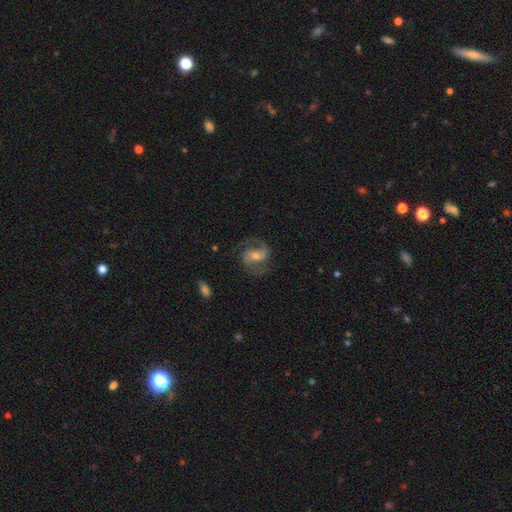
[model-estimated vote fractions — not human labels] Smooth or featured: featured or disk — 86% (smooth — 8%)
Edge-on disk: no — 97% (yes — 3%)
Bar: weak — 44% (no — 33%)
Spiral arms: yes — 96% (no — 4%)
Spiral winding: medium — 57% (loose — 27%)
Spiral arm count: 2 — 89% (1 — 5%)
Bulge size: moderate — 56% (small — 38%)
Merging: none — 74% (minor disturbance — 15%)